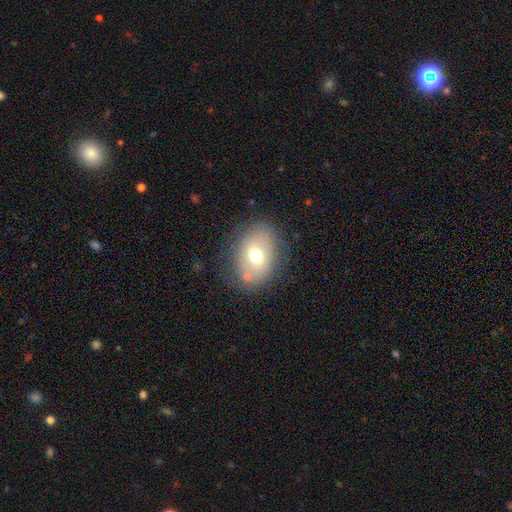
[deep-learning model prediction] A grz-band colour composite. It shows a smooth galaxy with no disk features (63%) that is in between round and cigar-shaped (71%). Merging: none (73%).